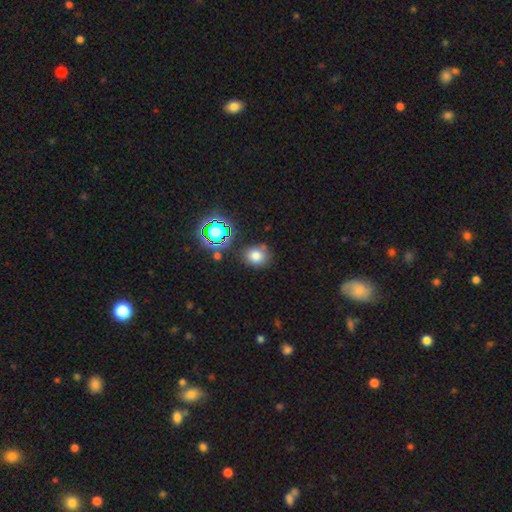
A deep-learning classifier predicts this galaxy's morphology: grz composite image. It shows a smooth galaxy with no disk features (74%) that is round (66%). Merging: none (74%).